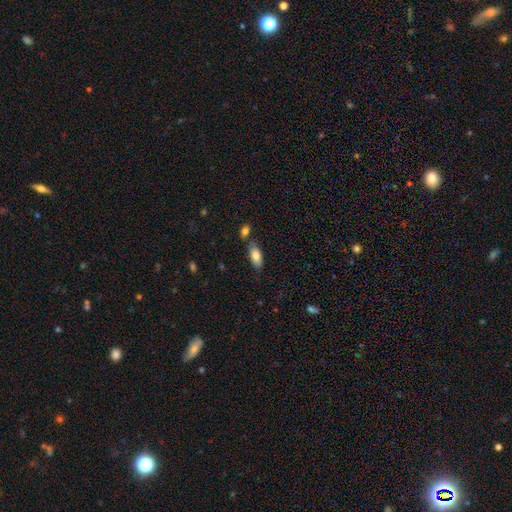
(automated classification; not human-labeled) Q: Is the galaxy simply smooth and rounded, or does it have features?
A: smooth — 80%.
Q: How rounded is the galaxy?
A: in between — 85%.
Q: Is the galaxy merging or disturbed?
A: none — 71%.